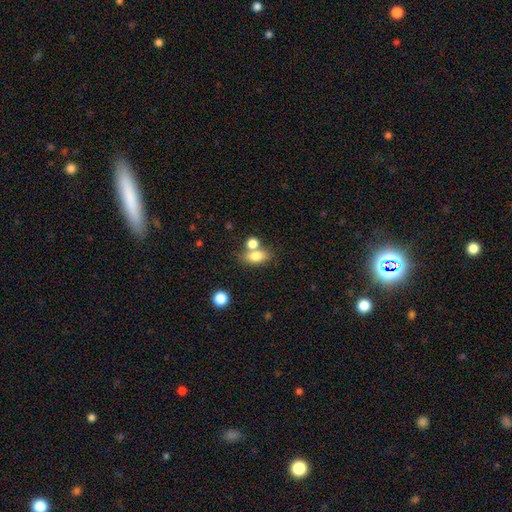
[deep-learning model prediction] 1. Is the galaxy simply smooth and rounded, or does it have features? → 78% smooth, 12% featured or disk, 10% star or artifact.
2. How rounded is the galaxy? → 78% in between, 16% round, 6% cigar-shaped.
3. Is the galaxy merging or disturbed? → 50% none, 34% merger, 11% minor disturbance, 4% major disturbance.